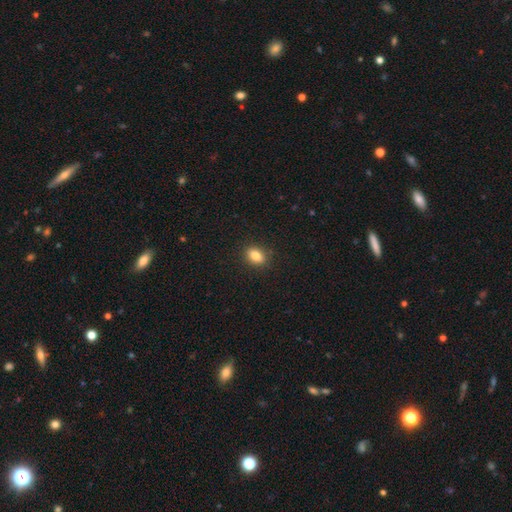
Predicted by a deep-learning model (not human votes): smooth_or_featured: smooth (p=0.84) [alt: star or artifact p=0.10]
how_rounded: in between (p=0.78) [alt: round p=0.19]
merging: none (p=0.88) [alt: minor disturbance p=0.09]